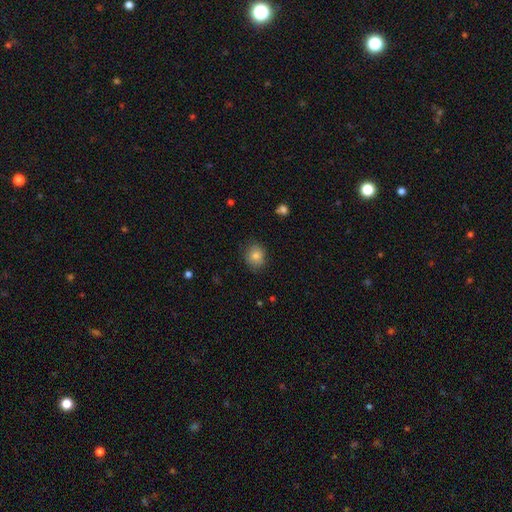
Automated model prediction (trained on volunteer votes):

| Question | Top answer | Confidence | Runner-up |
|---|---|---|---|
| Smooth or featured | smooth | 82% | star or artifact (10%) |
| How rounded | round | 69% | in between (30%) |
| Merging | none | 82% | minor disturbance (14%) |